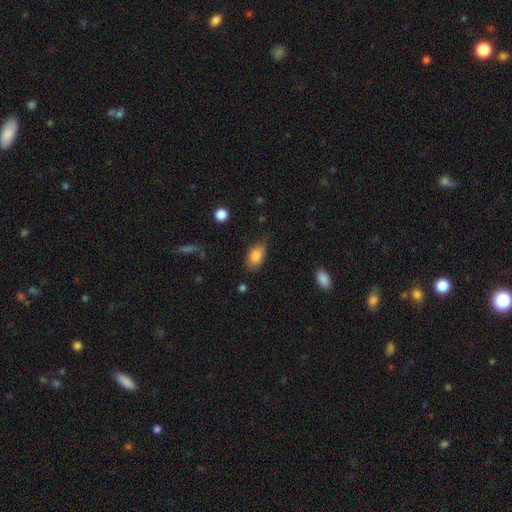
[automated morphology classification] A smooth galaxy with no disk features (82%) that is in between round and cigar-shaped (88%). Merging: none (66%).